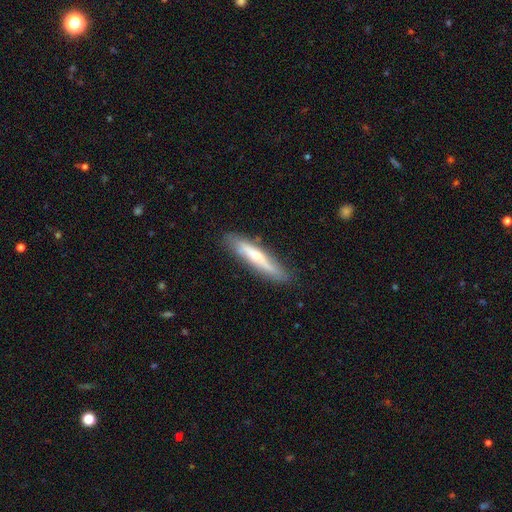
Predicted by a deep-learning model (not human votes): smooth_or_featured: featured or disk (p=0.51) [alt: smooth p=0.43]
disk_edge_on: yes (p=0.77) [alt: no p=0.23]
merging: none (p=0.82) [alt: minor disturbance p=0.14]